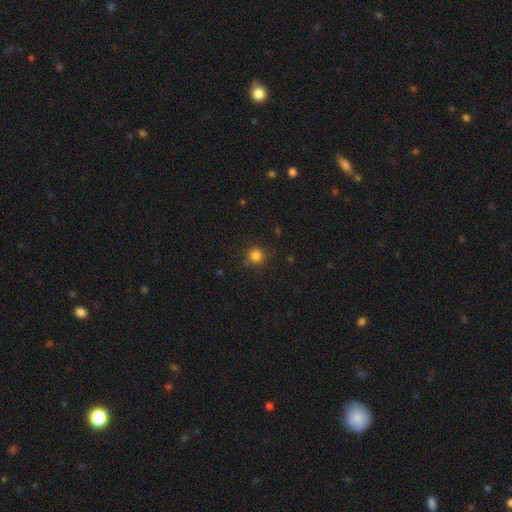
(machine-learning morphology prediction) A smooth galaxy with no disk features (82%) that is round (94%).

Vote fractions:
- Smooth or featured? smooth: 82% / star or artifact: 14% / featured or disk: 4%
- How rounded? round: 94% / in between: 5% / cigar-shaped: 1%
- Merging? none: 85% / minor disturbance: 9% / merger: 3% / major disturbance: 3%